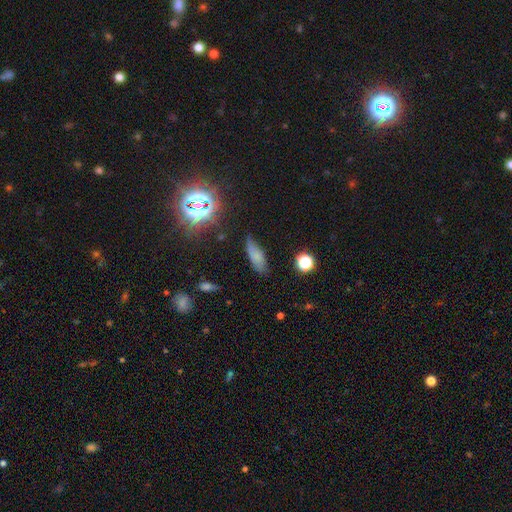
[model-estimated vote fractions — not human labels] A smooth galaxy with no disk features (64%) that is in between round and cigar-shaped (64%). Merging: none (64%).